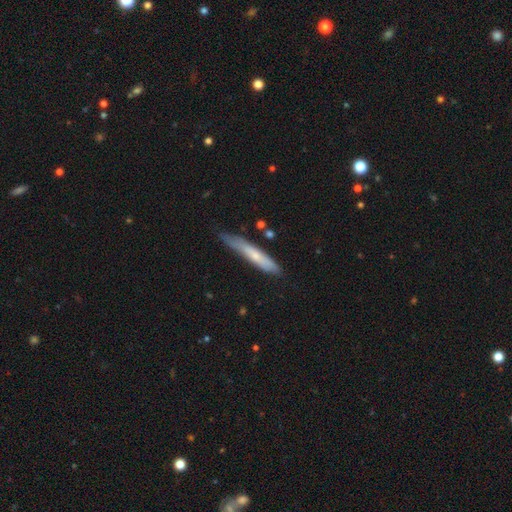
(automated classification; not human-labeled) A smooth galaxy with no disk features (56%) that is cigar-shaped (92%). Merging: none (65%).